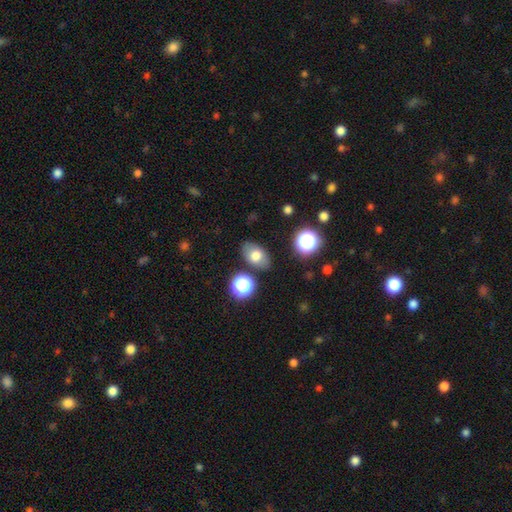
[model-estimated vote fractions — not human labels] This appears to be a smooth galaxy with no disk features (72%) that is in between round and cigar-shaped (84%). Merging: none (82%).